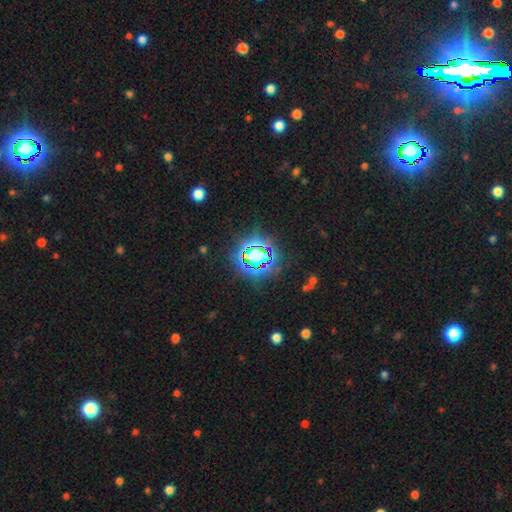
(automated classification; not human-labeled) A star or artifact, not a galaxy (67%).

Vote fractions:
- Smooth or featured? star or artifact: 67% / smooth: 21% / featured or disk: 11%